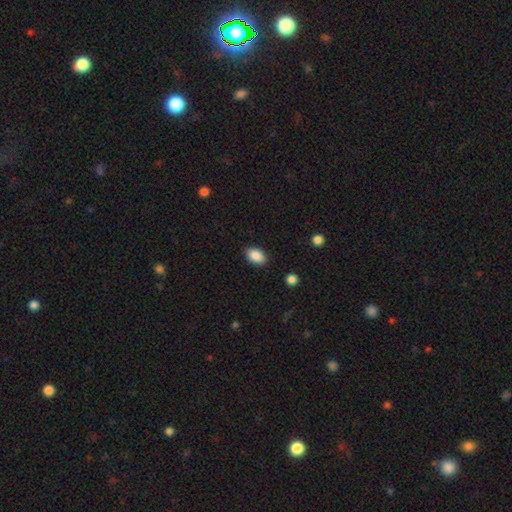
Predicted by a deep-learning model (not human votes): The model was most divided on "merging": none: 87%, minor disturbance: 9%, major disturbance: 2%, merger: 1%. More confident: how rounded — in between (89%); smooth or featured — smooth (89%).